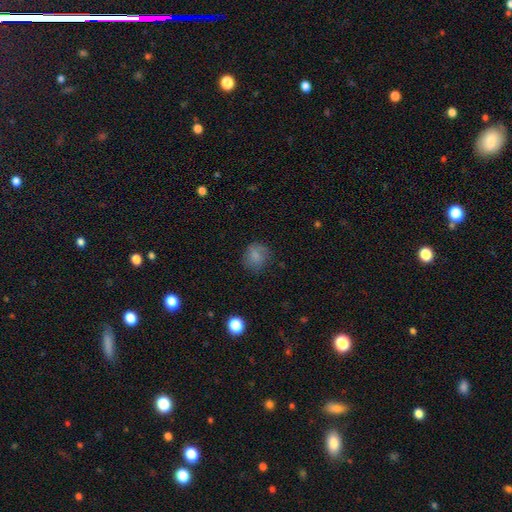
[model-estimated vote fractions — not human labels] smooth_or_featured: smooth (p=0.78) [alt: featured or disk p=0.11]
how_rounded: round (p=0.77) [alt: in between p=0.22]
merging: none (p=0.71) [alt: minor disturbance p=0.20]